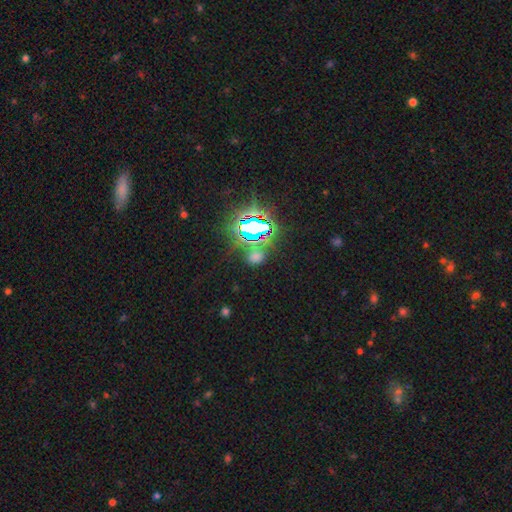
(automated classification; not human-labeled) smooth_or_featured: star or artifact (p=0.63) [alt: smooth p=0.30]